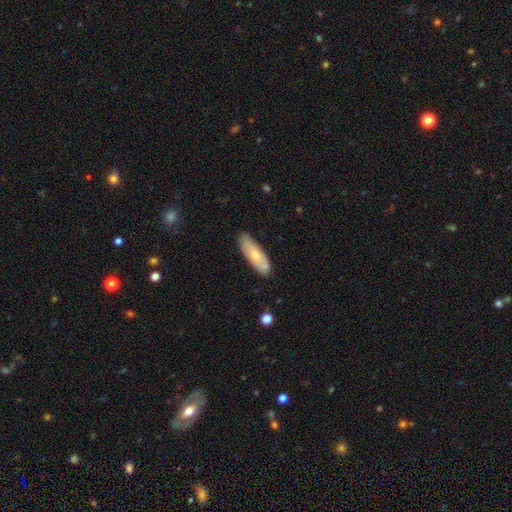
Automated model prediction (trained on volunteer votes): A smooth galaxy with no disk features (66%) that is in between round and cigar-shaped (54%). Merging: none (77%).